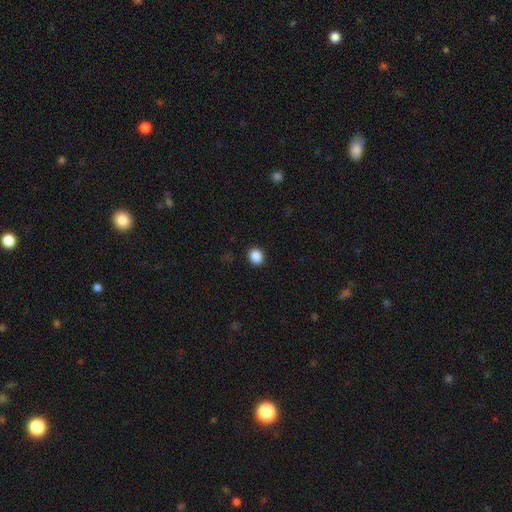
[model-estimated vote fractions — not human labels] smooth 88%, star or artifact 10%, featured or disk 3%. Down the decision tree: how rounded — round (76%); merging — none (92%).